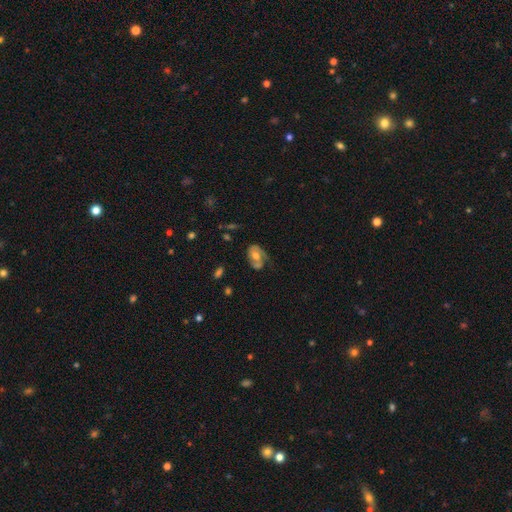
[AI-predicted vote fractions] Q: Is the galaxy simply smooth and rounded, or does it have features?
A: featured or disk — 63%.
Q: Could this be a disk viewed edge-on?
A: no — 96%.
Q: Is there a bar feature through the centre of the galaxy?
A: no — 70%.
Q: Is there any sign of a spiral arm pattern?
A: yes — 76%.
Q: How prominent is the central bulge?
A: moderate — 68%.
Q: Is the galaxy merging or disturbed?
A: none — 43%.